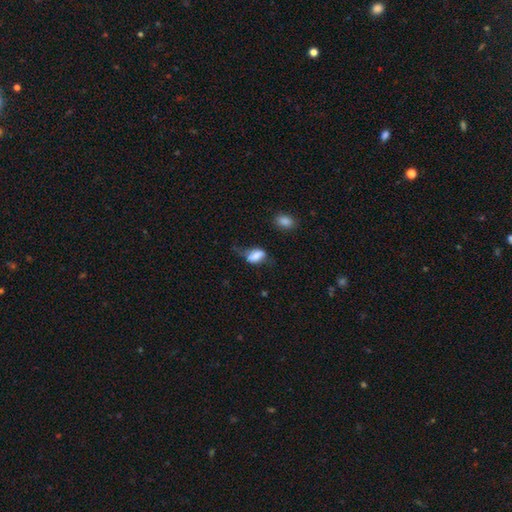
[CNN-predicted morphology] A smooth galaxy with no disk features (67%) that is in between round and cigar-shaped (85%).

Vote fractions:
- Smooth or featured? smooth: 67% / featured or disk: 23% / star or artifact: 10%
- How rounded? in between: 85% / round: 10% / cigar-shaped: 5%
- Merging? none: 34% / minor disturbance: 31% / major disturbance: 29% / merger: 6%